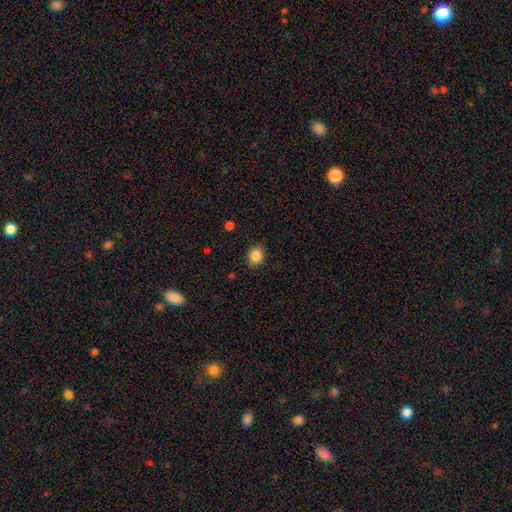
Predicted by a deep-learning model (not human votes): This is clearly a smooth galaxy (86%). How rounded: possibly round (57%). Merging: clearly none (86%).